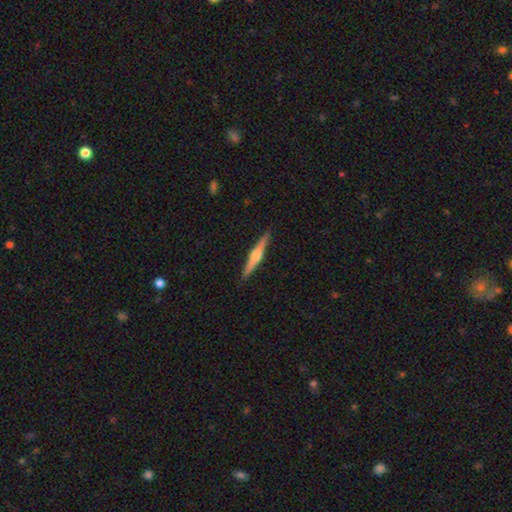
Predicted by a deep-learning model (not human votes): The model was most divided on "smooth or featured": featured or disk: 70%, smooth: 25%, star or artifact: 5%. More confident: edge-on disk — yes (98%); merging — none (91%); edge-on bulge — rounded (86%).